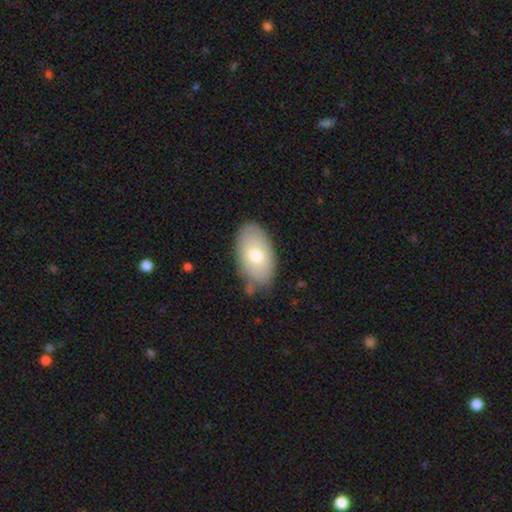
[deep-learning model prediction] This appears to be a smooth galaxy with no disk features (71%) that is in between round and cigar-shaped (94%). Merging: none (79%).